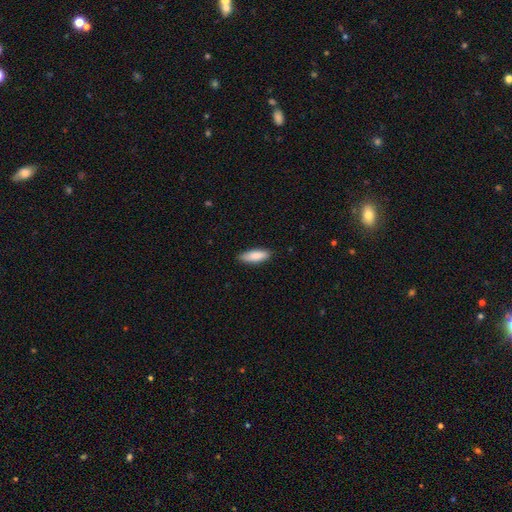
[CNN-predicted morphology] type=smooth (88%); roundness=in between (60%); merging=none (87%).